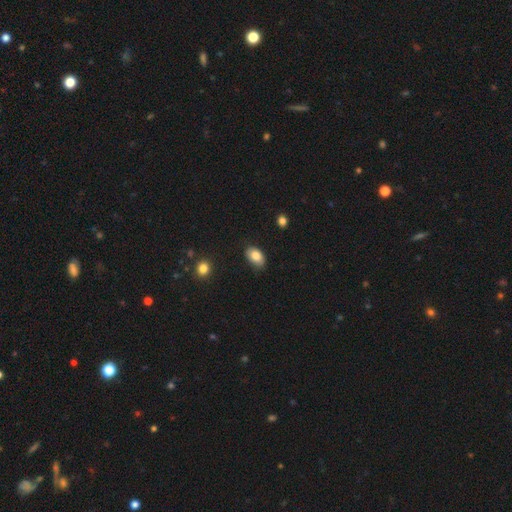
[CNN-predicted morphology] smooth_or_featured: smooth (p=0.85) [alt: featured or disk p=0.08]
how_rounded: in between (p=0.91) [alt: round p=0.07]
merging: none (p=0.81) [alt: minor disturbance p=0.15]